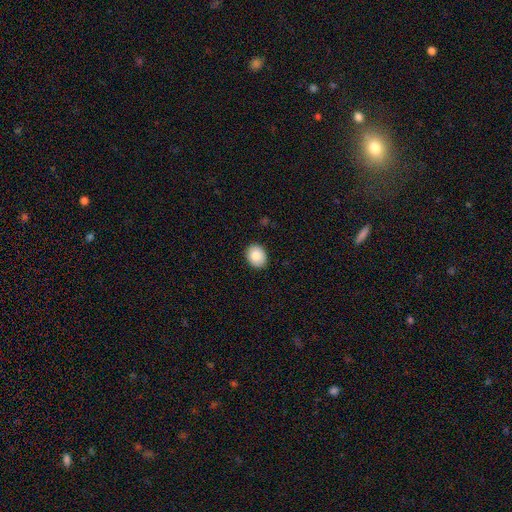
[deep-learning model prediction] Smooth or featured? smooth (83%)
How rounded? round (54%)
Merging? none (90%)